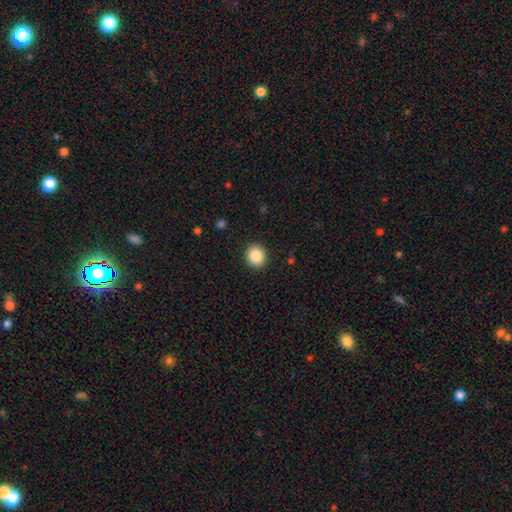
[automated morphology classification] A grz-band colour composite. It shows a smooth galaxy with no disk features (87%) that is round (81%). Merging: none (91%).